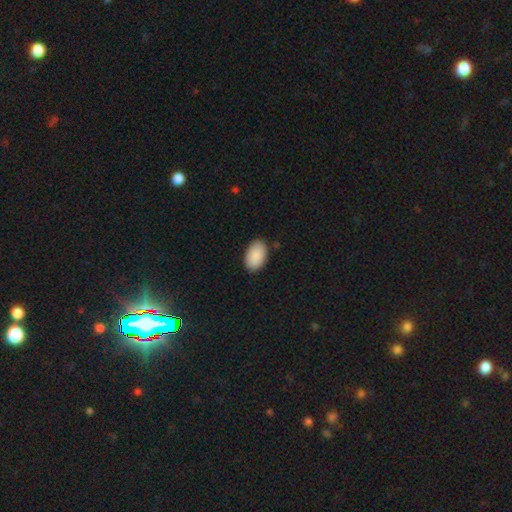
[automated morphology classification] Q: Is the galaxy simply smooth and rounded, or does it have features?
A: smooth — 90%.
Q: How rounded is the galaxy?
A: in between — 93%.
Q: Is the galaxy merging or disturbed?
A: none — 87%.